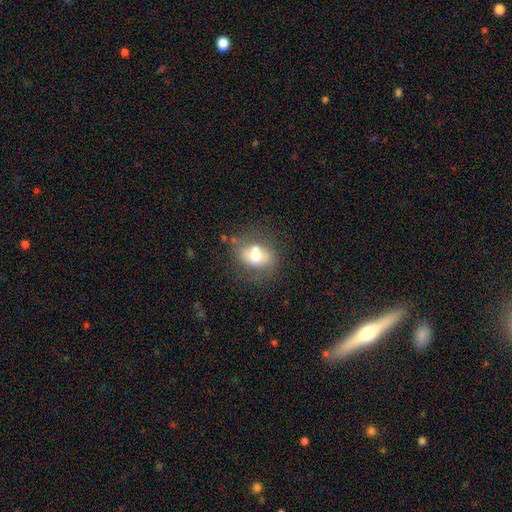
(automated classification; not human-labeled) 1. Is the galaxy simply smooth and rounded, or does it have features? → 57% smooth, 33% featured or disk, 10% star or artifact.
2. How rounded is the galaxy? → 55% in between, 43% round, 2% cigar-shaped.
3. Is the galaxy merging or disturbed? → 51% none, 20% minor disturbance, 19% merger, 10% major disturbance.